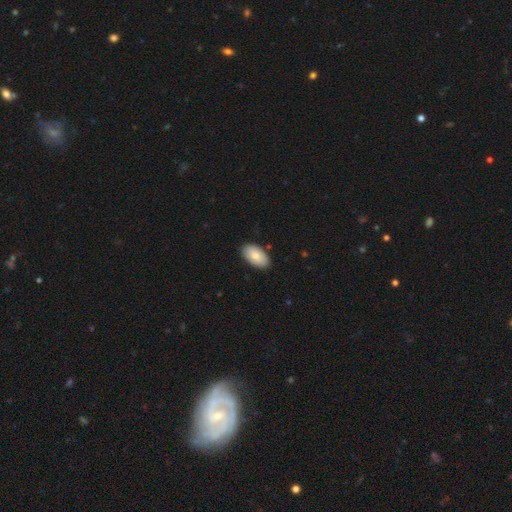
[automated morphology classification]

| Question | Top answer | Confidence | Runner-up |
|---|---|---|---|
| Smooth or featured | smooth | 83% | featured or disk (12%) |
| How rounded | in between | 96% | round (3%) |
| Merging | none | 88% | minor disturbance (9%) |